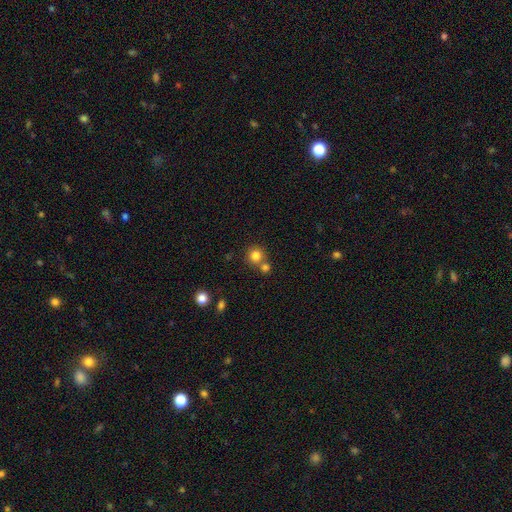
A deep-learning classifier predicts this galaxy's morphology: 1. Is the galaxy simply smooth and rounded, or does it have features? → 80% smooth, 12% star or artifact, 8% featured or disk.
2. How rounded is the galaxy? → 91% round, 8% in between, 1% cigar-shaped.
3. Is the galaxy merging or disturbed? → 60% none, 31% merger, 7% minor disturbance, 3% major disturbance.